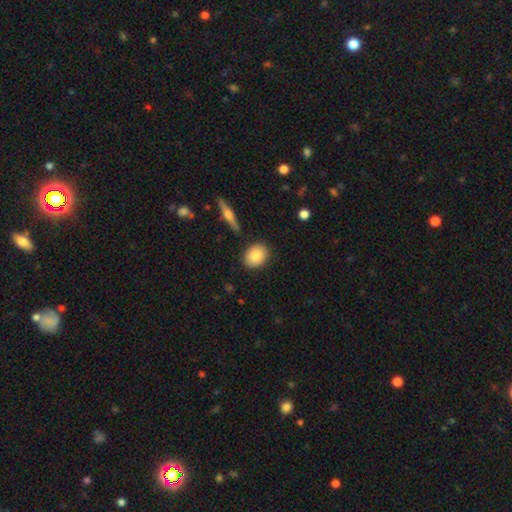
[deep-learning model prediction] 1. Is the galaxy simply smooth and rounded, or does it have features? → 83% smooth, 10% featured or disk, 6% star or artifact.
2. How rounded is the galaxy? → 51% in between, 47% round, 2% cigar-shaped.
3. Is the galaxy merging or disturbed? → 86% none, 10% minor disturbance, 3% merger, 2% major disturbance.